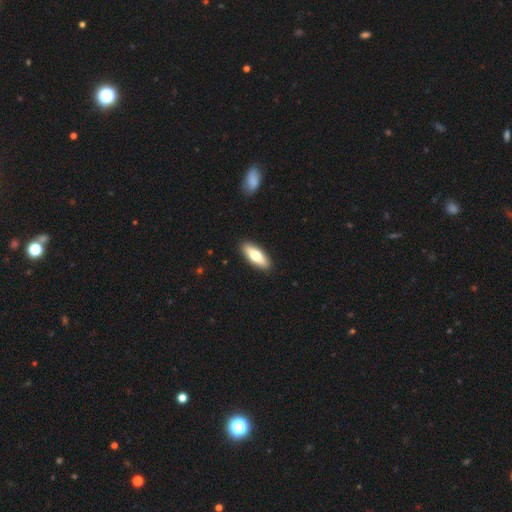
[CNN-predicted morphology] A smooth galaxy with no disk features (63%) that is in between round and cigar-shaped (62%).

Vote fractions:
- Smooth or featured? smooth: 63% / featured or disk: 31% / star or artifact: 6%
- How rounded? in between: 62% / cigar-shaped: 36% / round: 2%
- Merging? none: 90% / minor disturbance: 7% / major disturbance: 2% / merger: 1%